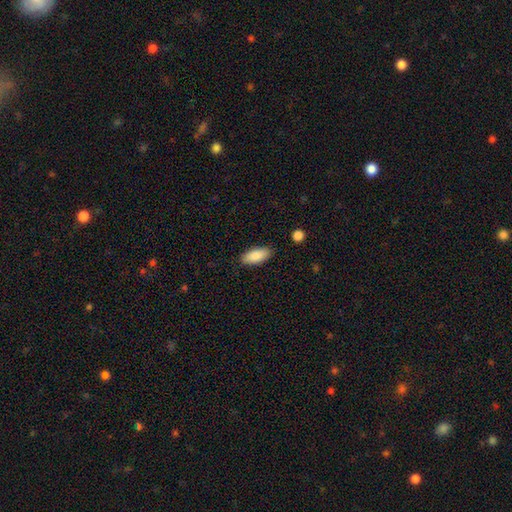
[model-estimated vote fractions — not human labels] A smooth galaxy with no disk features (88%) that is in between round and cigar-shaped (86%). Merging: none (86%).